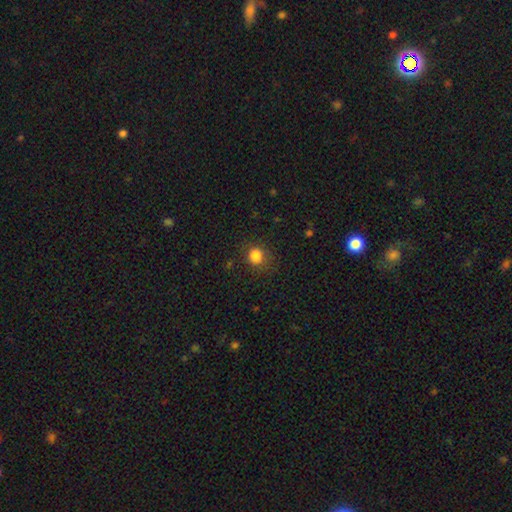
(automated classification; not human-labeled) Overall: smooth (85%). How rounded: round (80%). Merging: none (79%).